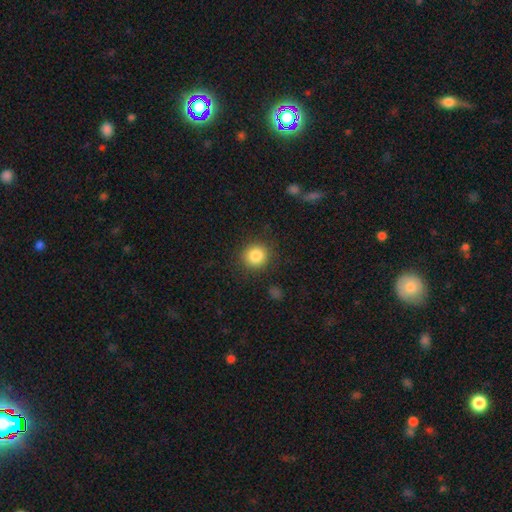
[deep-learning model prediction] Smooth or featured? Predicted: smooth (p=0.84). How rounded? Predicted: round (p=0.90). Merging? Predicted: none (p=0.88).